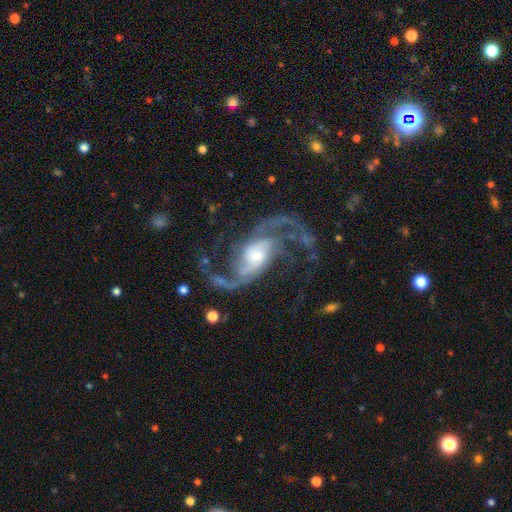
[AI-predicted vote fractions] featured or disk 91%, star or artifact 5%, smooth 4%. Down the decision tree: edge-on disk — no (97%); bar — no (45%); spiral arms — yes (97%); spiral arm count — 2 (67%); spiral winding — loose (57%); bulge size — moderate (44%); merging — none (58%).